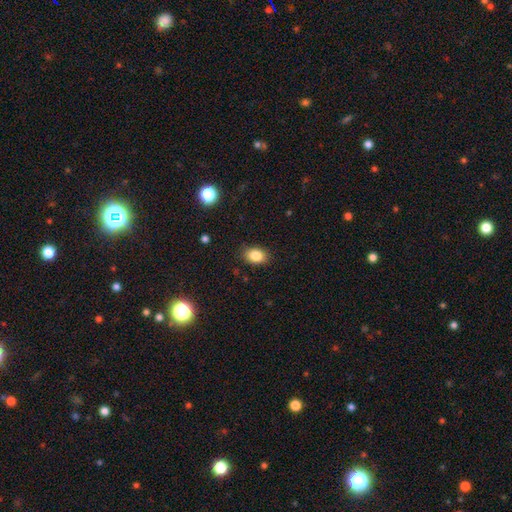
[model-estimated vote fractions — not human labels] smooth-or-featured: smooth: 85% | star or artifact: 9% | featured or disk: 6%
  how-rounded: in between: 80% | round: 19% | cigar-shaped: 1%
  merging: none: 86% | minor disturbance: 10% | major disturbance: 2% | merger: 1%